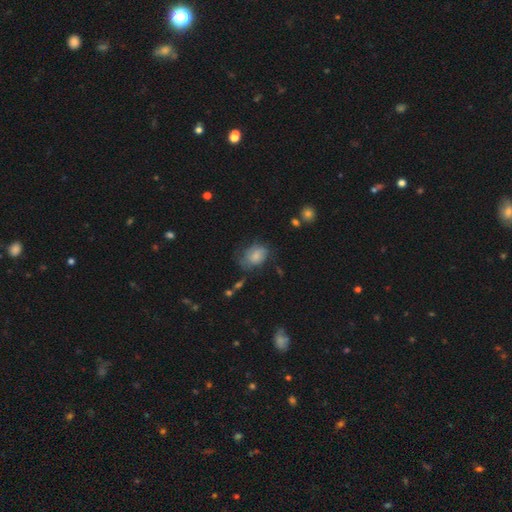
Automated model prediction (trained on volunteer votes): A smooth galaxy with no disk features (68%) that is in between round and cigar-shaped (72%).

Vote fractions:
- Smooth or featured? smooth: 68% / featured or disk: 23% / star or artifact: 9%
- How rounded? in between: 72% / round: 26% / cigar-shaped: 1%
- Merging? none: 47% / minor disturbance: 33% / major disturbance: 18% / merger: 3%